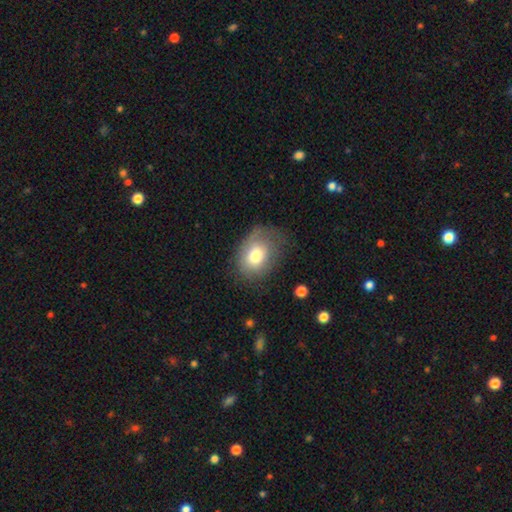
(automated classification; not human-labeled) smooth_or_featured: smooth (p=0.72) [alt: featured or disk p=0.19]
how_rounded: in between (p=0.57) [alt: round p=0.42]
merging: none (p=0.55) [alt: minor disturbance p=0.28]